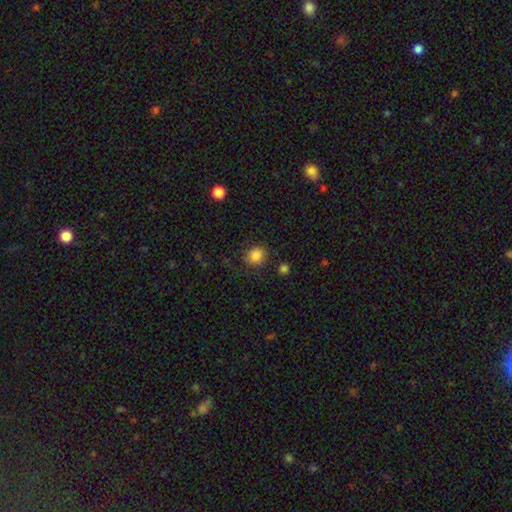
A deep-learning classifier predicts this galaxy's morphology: Q: Smooth or featured?
A: smooth (85%); runner-up: star or artifact (10%)
Q: How rounded?
A: round (77%); runner-up: in between (22%)
Q: Merging?
A: none (80%); runner-up: minor disturbance (13%)